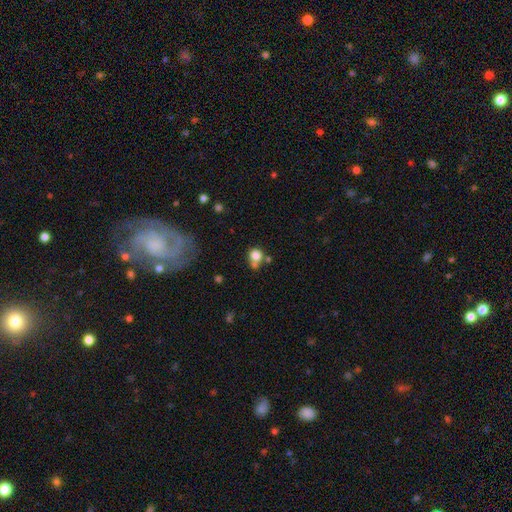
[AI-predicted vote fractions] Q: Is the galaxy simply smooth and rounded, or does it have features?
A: smooth — 80%.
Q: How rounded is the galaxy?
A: round — 84%.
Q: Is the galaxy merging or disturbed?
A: none — 53%.